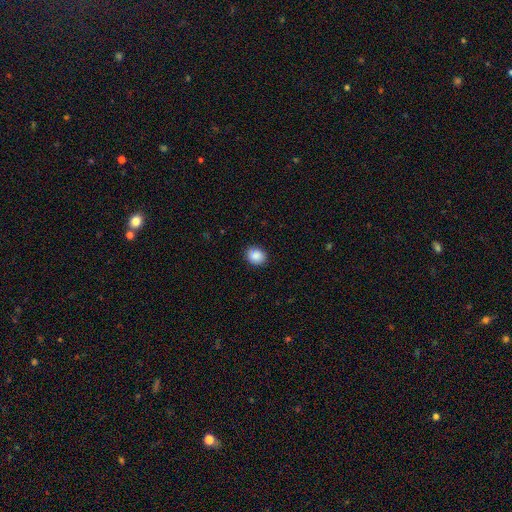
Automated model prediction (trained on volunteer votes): Overall: smooth (89%). How rounded: round (65%; in between 35%). Merging: none (89%).